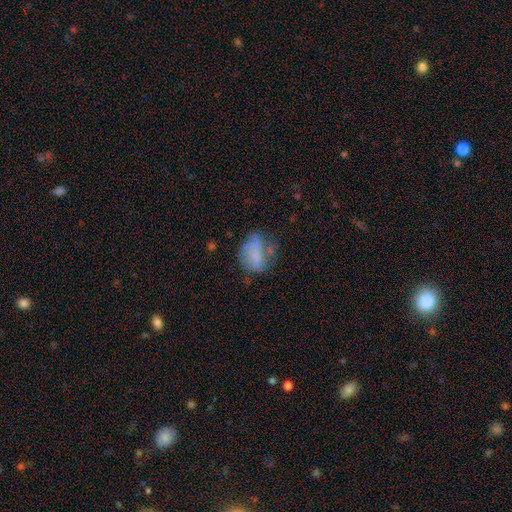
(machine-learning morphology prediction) Q: Smooth or featured?
A: smooth (51%); runner-up: featured or disk (38%)
Q: How rounded?
A: in between (67%); runner-up: round (30%)
Q: Merging?
A: none (42%); runner-up: minor disturbance (29%)